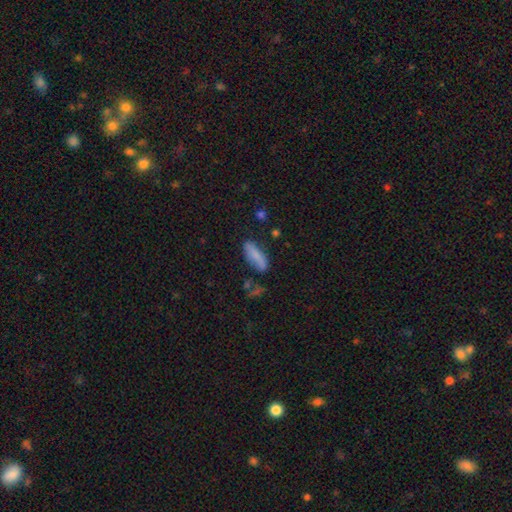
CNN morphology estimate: Smooth or featured?
  - smooth: 78% *
  - featured or disk: 14%
  - star or artifact: 7%
How rounded?
  - in between: 58% *
  - cigar-shaped: 39%
  - round: 2%
Merging?
  - none: 68% *
  - minor disturbance: 21%
  - major disturbance: 6%
  - merger: 5%